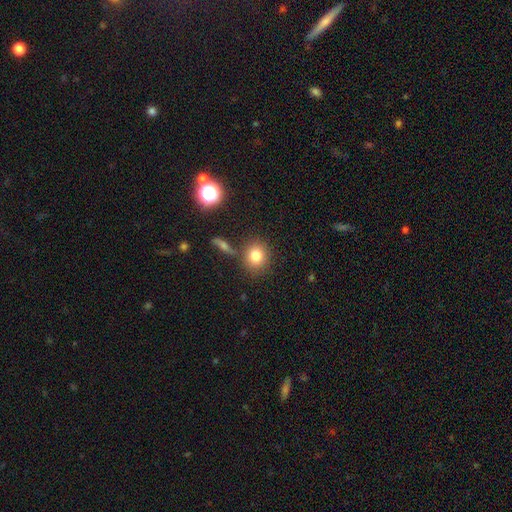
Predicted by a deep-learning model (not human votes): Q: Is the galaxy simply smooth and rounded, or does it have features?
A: smooth — 79%.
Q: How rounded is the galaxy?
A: round — 79%.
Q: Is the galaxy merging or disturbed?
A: none — 77%.